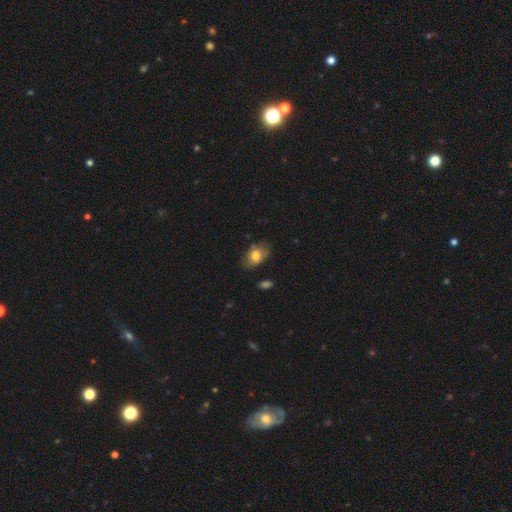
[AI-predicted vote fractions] smooth-or-featured: smooth: 72% | featured or disk: 21% | star or artifact: 8%
  how-rounded: in between: 83% | round: 15% | cigar-shaped: 1%
  merging: none: 66% | minor disturbance: 25% | major disturbance: 7% | merger: 3%